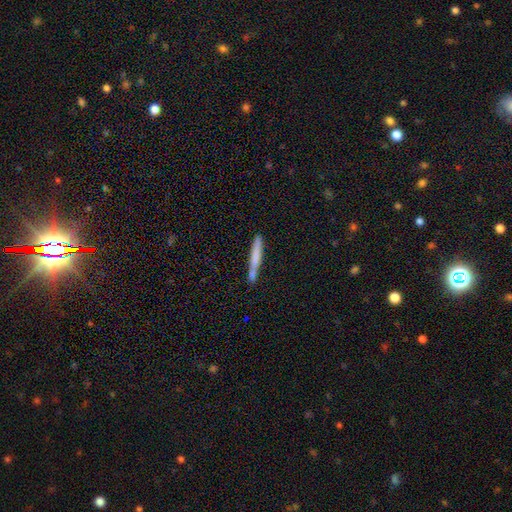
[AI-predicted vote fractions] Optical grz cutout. It shows a smooth galaxy with no disk features (69%) that is cigar-shaped (96%). Merging: none (72%).